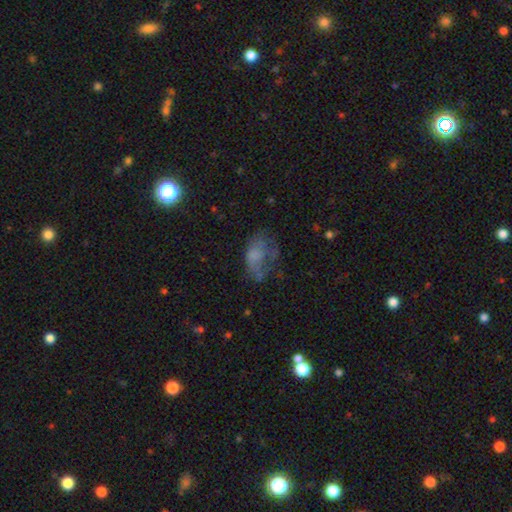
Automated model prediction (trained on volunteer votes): The model was most divided on "merging": none: 36%, major disturbance: 35%, minor disturbance: 25%, merger: 4%. More confident: how rounded — in between (83%); smooth or featured — smooth (52%).